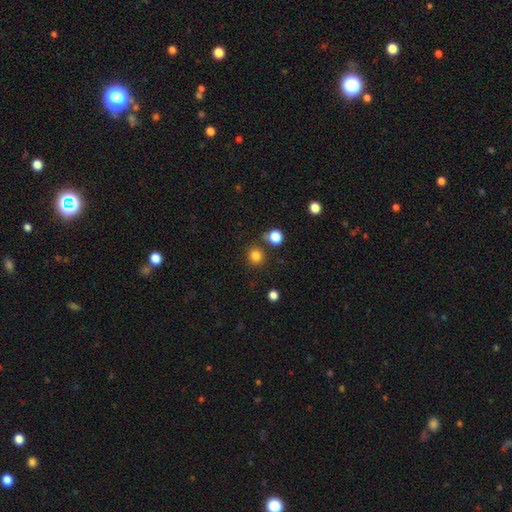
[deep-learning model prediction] Smooth or featured?
  - smooth: 82% *
  - star or artifact: 14%
  - featured or disk: 4%
How rounded?
  - round: 89% *
  - in between: 10%
  - cigar-shaped: 1%
Merging?
  - none: 82% *
  - minor disturbance: 8%
  - merger: 7%
  - major disturbance: 3%